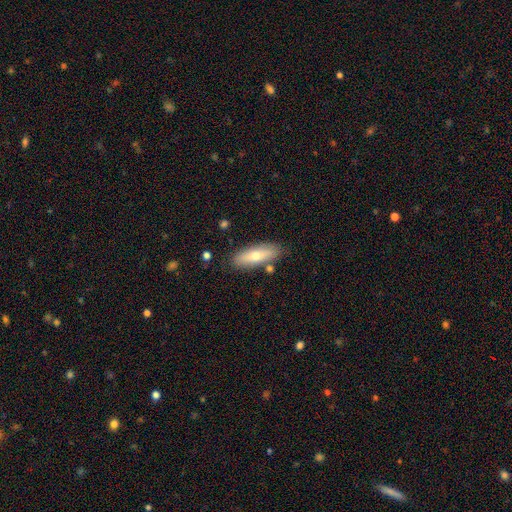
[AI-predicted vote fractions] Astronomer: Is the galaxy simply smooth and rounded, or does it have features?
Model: smooth — 65%.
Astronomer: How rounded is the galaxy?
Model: in between — 54% (runner-up: cigar-shaped, 44%).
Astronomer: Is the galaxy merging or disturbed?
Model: none — 82%.